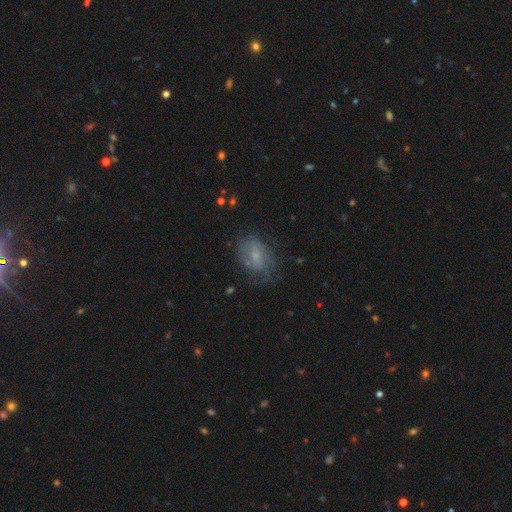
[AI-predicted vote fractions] Overall: featured or disk (46%; smooth 43%). Merging: none (56%; minor disturbance 25%).